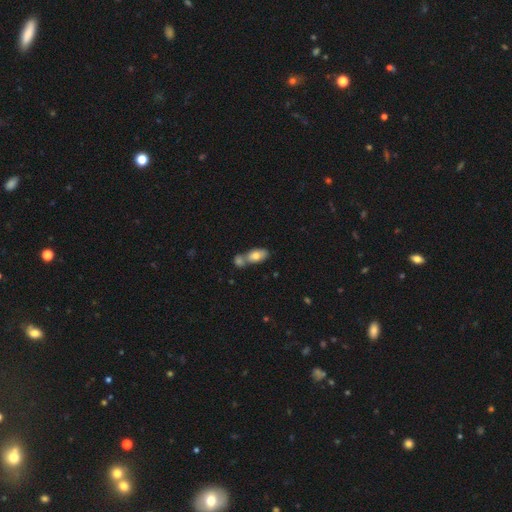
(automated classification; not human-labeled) Overall: smooth (76%). How rounded: in between (89%). Merging: merger (54%; none 34%).